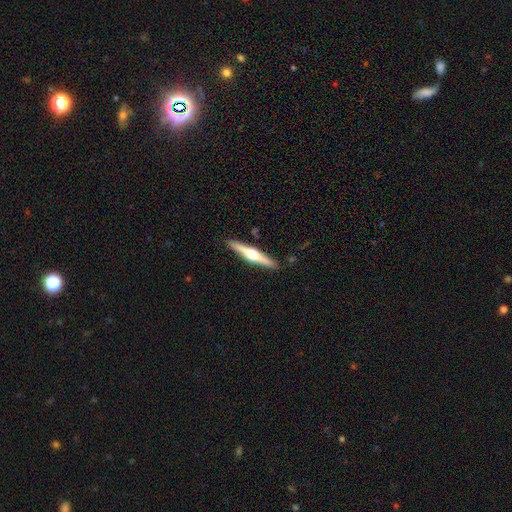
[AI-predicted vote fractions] featured or disk 68%, smooth 28%, star or artifact 5%. Down the decision tree: edge-on disk — yes (98%); edge-on bulge — rounded (93%); merging — none (90%).